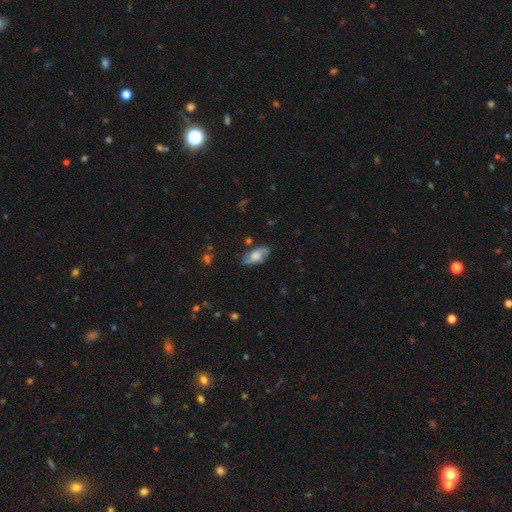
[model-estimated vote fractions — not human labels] A featured or disk galaxy (47%). Merging: none (75%).